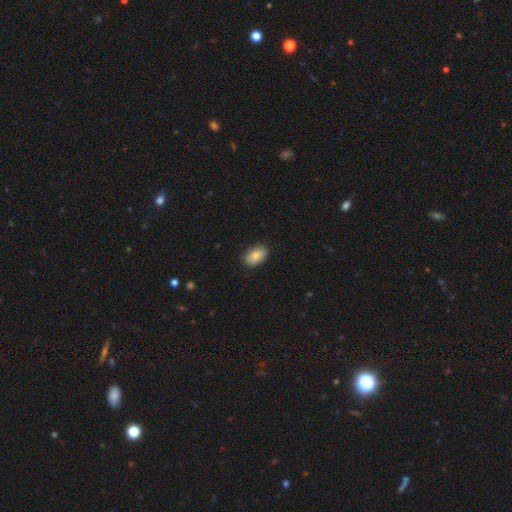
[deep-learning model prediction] A smooth galaxy with no disk features (86%) that is in between round and cigar-shaped (91%). Merging: none (85%).